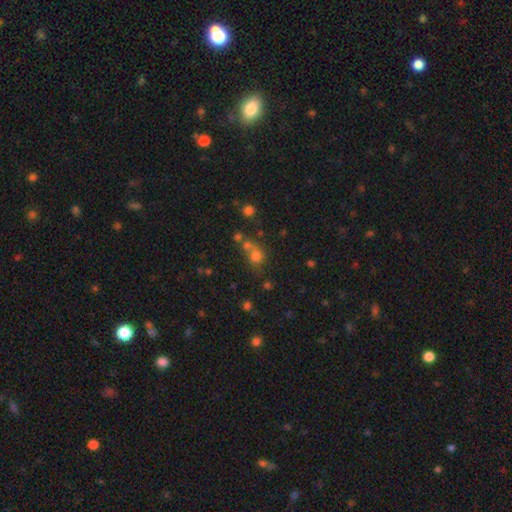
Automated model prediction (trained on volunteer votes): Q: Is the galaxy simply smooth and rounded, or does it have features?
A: smooth — 66%.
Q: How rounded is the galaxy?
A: round — 82%.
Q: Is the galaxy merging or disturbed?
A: none — 45%.